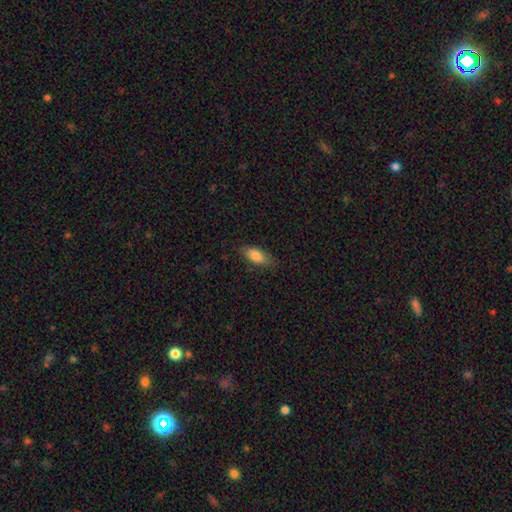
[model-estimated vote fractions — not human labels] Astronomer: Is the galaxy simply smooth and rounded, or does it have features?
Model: smooth — 81%.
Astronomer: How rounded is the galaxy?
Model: in between — 80%.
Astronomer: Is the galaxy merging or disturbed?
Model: none — 77%.